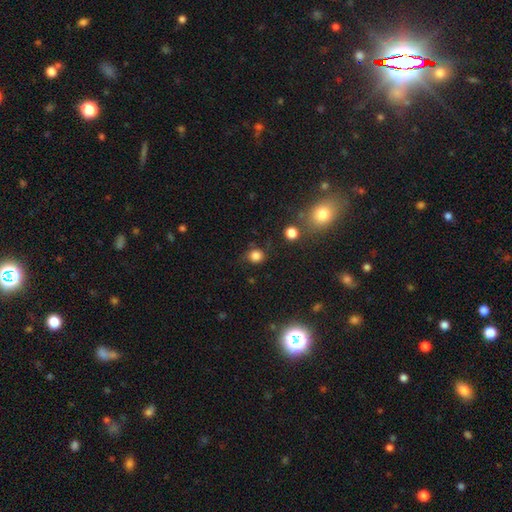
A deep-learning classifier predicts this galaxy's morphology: A smooth galaxy with no disk features (82%) that is round (83%).

Vote fractions:
- Smooth or featured? smooth: 82% / star or artifact: 13% / featured or disk: 5%
- How rounded? round: 83% / in between: 16% / cigar-shaped: 1%
- Merging? none: 73% / minor disturbance: 18% / major disturbance: 6% / merger: 4%